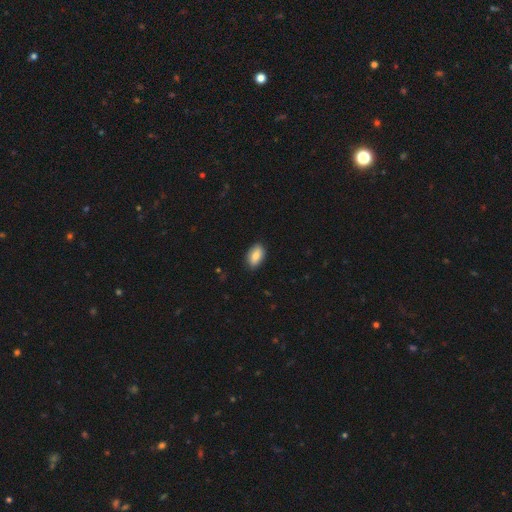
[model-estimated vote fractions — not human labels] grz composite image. It shows a smooth galaxy with no disk features (84%) that is in between round and cigar-shaped (93%). Merging: none (85%).